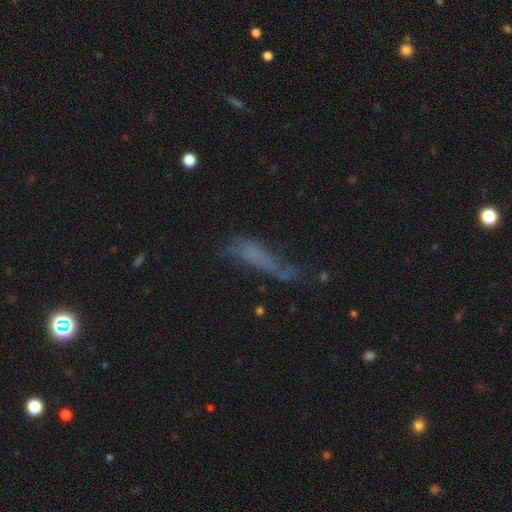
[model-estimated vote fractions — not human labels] Smooth or featured: smooth — 48% (featured or disk — 34%)
Merging: major disturbance — 36% (none — 33%)